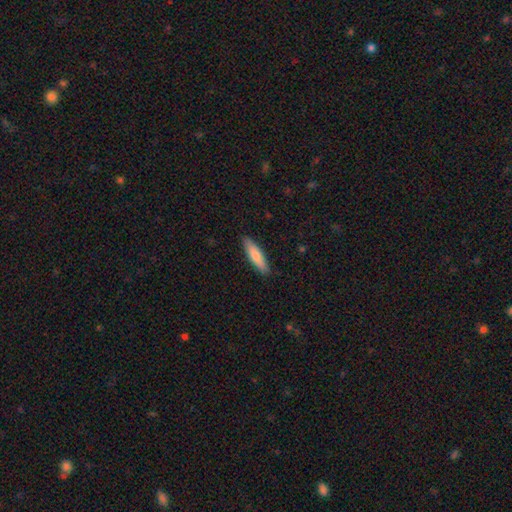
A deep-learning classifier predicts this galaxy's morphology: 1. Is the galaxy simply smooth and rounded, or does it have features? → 78% smooth, 17% featured or disk, 5% star or artifact.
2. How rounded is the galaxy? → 70% cigar-shaped, 28% in between, 2% round.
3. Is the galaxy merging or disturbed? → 89% none, 8% minor disturbance, 2% major disturbance, 1% merger.